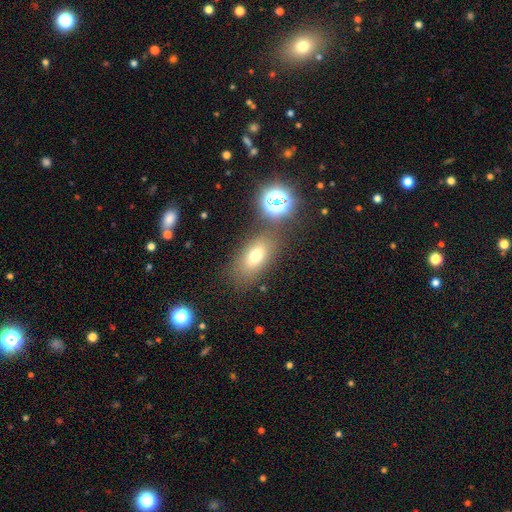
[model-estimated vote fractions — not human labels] Smooth or featured: smooth — 70% (featured or disk — 15%)
How rounded: in between — 81% (round — 12%)
Merging: none — 72% (minor disturbance — 12%)